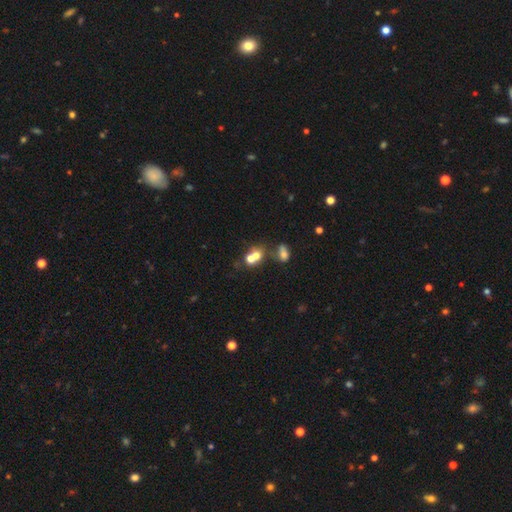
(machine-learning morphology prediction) smooth_or_featured: smooth (p=0.63) [alt: featured or disk p=0.19]
how_rounded: round (p=0.66) [alt: in between p=0.32]
merging: merger (p=0.56) [alt: none p=0.31]